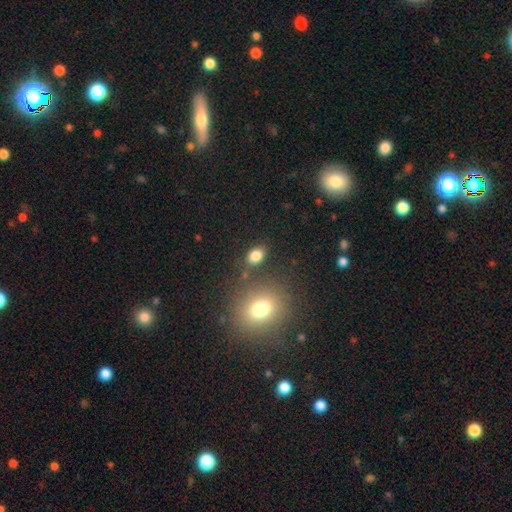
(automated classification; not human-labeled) Morphology: type=smooth (82%); roundness=in between (79%); merging=none (77%).